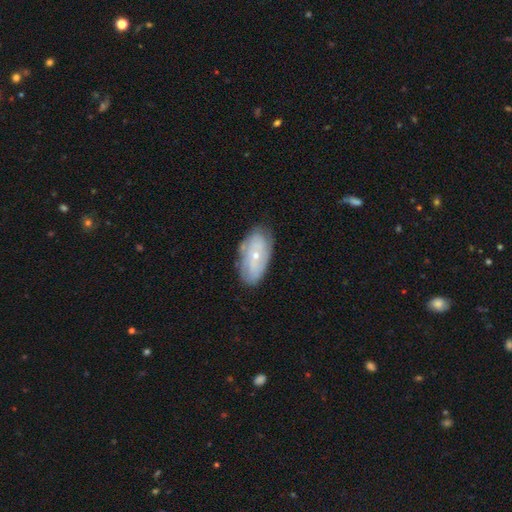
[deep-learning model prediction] smooth-or-featured: featured or disk: 55% | smooth: 38% | star or artifact: 7%
  disk-edge-on: no: 91% | yes: 9%
    bar: no: 83% | weak: 14% | strong: 3%
    has-spiral-arms: yes: 56% | no: 44%
    bulge-size: small: 70% | moderate: 26% | none: 1% | large: 1% | dominant: 1%
  merging: none: 73% | minor disturbance: 20% | major disturbance: 5% | merger: 2%